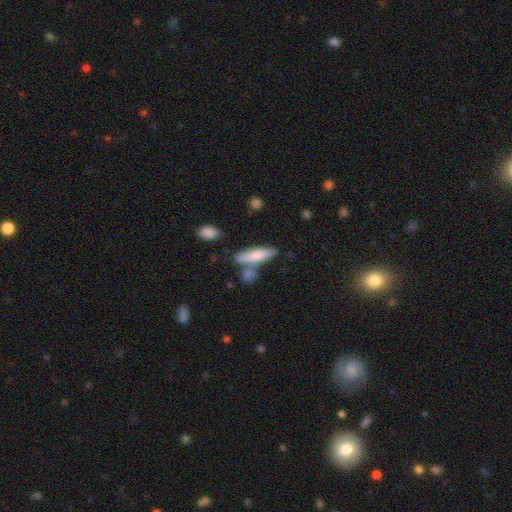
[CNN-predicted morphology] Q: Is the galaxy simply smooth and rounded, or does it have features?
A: smooth — 73%.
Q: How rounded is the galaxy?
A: cigar-shaped — 62%.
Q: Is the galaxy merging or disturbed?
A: none — 62%.